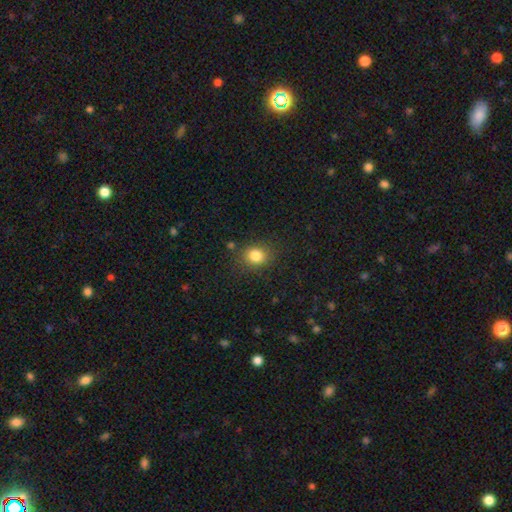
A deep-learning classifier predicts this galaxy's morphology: Smooth or featured? Predicted: smooth (p=0.83). How rounded? Predicted: round (p=0.64). Merging? Predicted: none (p=0.82).